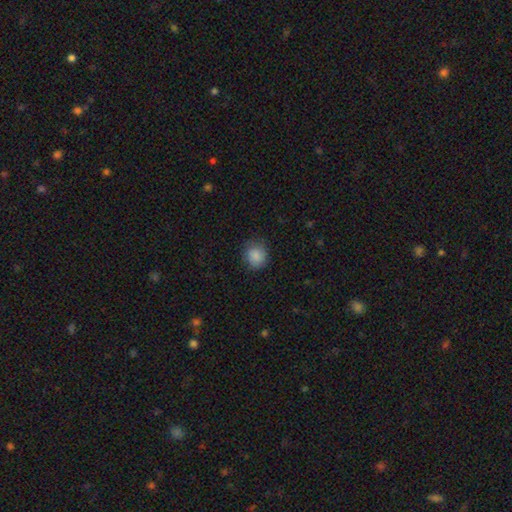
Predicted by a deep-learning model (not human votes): Smooth or featured?
  - smooth: 87% *
  - star or artifact: 8%
  - featured or disk: 6%
How rounded?
  - round: 81% *
  - in between: 19%
  - cigar-shaped: 1%
Merging?
  - none: 79% *
  - minor disturbance: 16%
  - major disturbance: 4%
  - merger: 1%